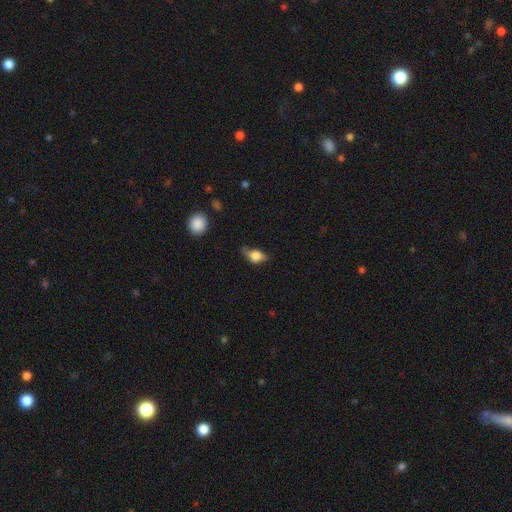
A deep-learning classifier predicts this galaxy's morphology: Smooth or featured? smooth (66%)
How rounded? in between (74%)
Merging? none (49%)